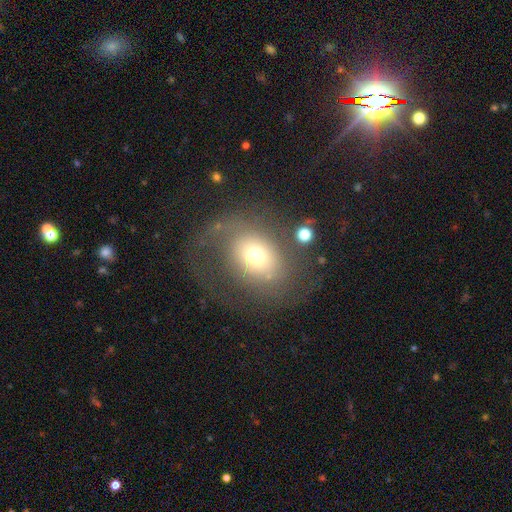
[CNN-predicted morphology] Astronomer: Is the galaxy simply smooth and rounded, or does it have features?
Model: smooth — 47% (runner-up: featured or disk, 41%).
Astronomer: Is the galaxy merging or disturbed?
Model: none — 47% (runner-up: major disturbance, 30%).